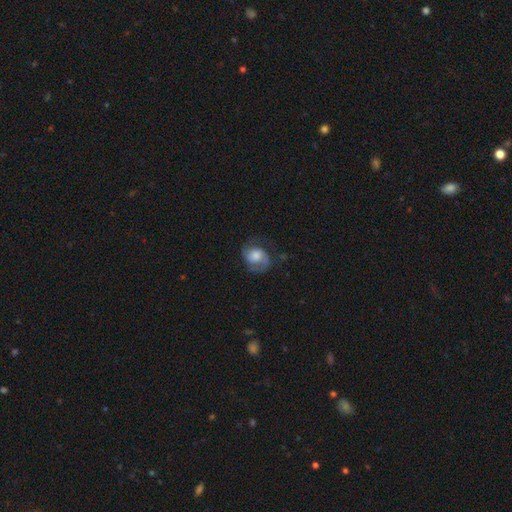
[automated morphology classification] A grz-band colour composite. It shows a featured or disk galaxy (59%) with no bar (69%), 2 (79%) medium (46%) spiral arms (89%) and a large central bulge (43%). Merging: none (59%).